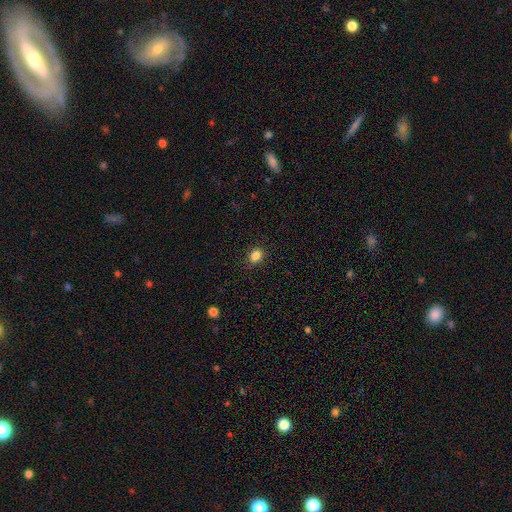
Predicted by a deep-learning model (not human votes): Morphology: type=smooth (86%); roundness=round (50%); merging=none (88%).